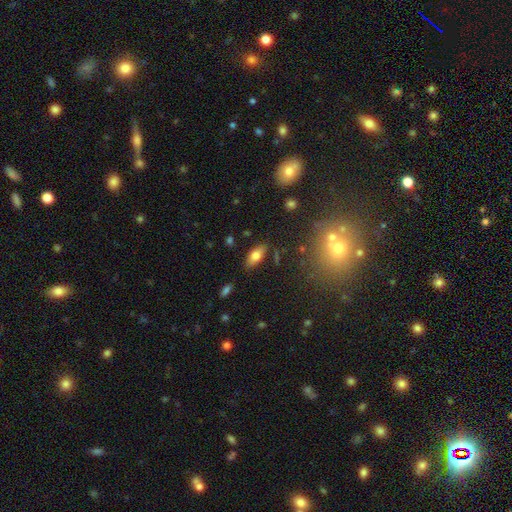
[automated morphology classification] Smooth or featured?
  - smooth: 72% *
  - featured or disk: 20%
  - star or artifact: 8%
How rounded?
  - in between: 86% *
  - cigar-shaped: 11%
  - round: 3%
Merging?
  - none: 83% *
  - minor disturbance: 12%
  - major disturbance: 3%
  - merger: 2%